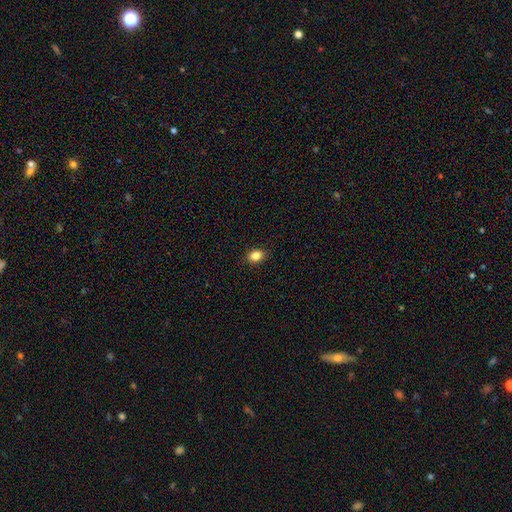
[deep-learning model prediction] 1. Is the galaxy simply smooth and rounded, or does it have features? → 85% smooth, 10% star or artifact, 5% featured or disk.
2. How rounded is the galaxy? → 60% in between, 39% round, 1% cigar-shaped.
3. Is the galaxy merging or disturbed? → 90% none, 7% minor disturbance, 2% major disturbance, 1% merger.